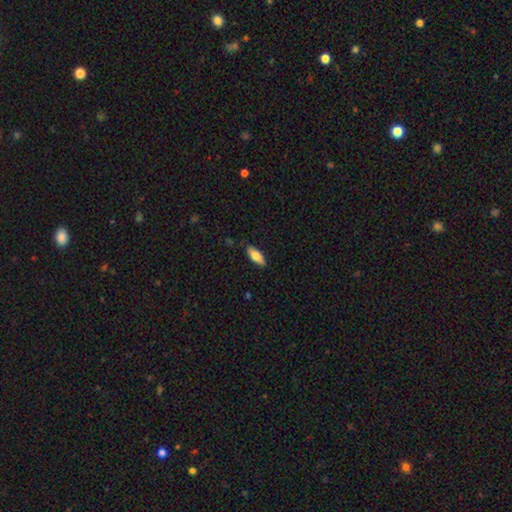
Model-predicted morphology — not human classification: A smooth galaxy with no disk features (78%) that is in between round and cigar-shaped (77%).

Vote fractions:
- Smooth or featured? smooth: 78% / featured or disk: 16% / star or artifact: 6%
- How rounded? in between: 77% / cigar-shaped: 21% / round: 2%
- Merging? none: 84% / minor disturbance: 12% / major disturbance: 2% / merger: 1%